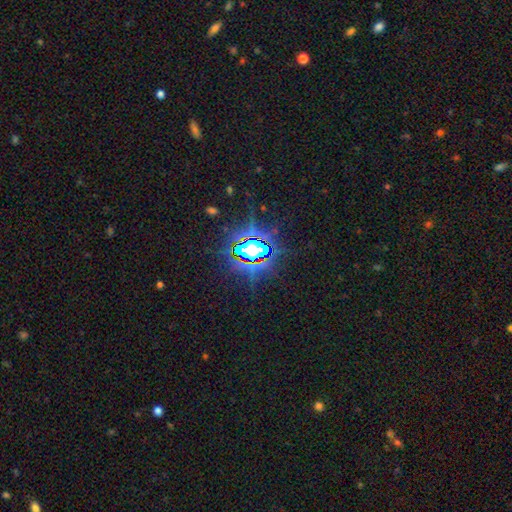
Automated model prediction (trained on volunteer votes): Overall: star or artifact (84%).